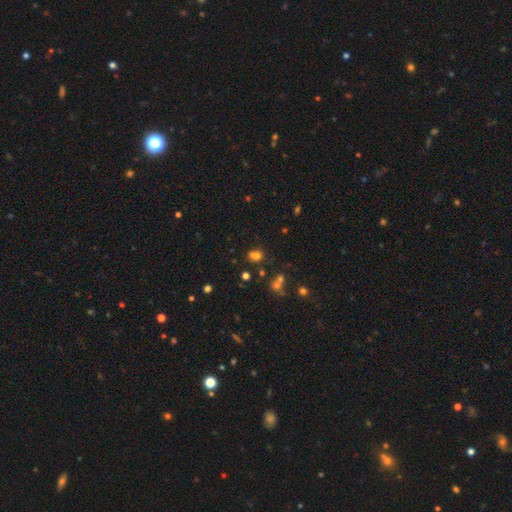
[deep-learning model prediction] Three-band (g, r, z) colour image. It shows a smooth galaxy with no disk features (63%) that is round (60%). Merging: none (51%).